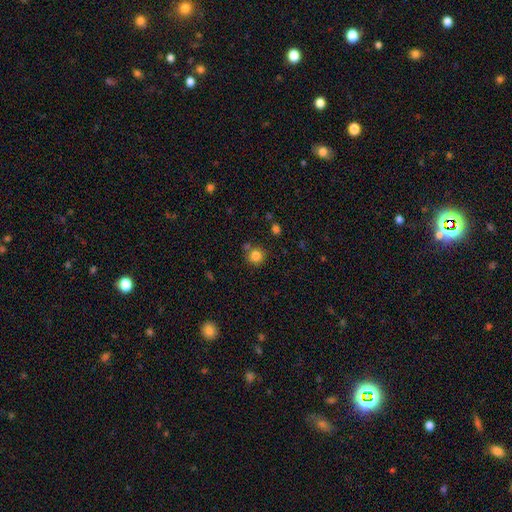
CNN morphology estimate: type=smooth (83%); roundness=round (90%); merging=none (76%).